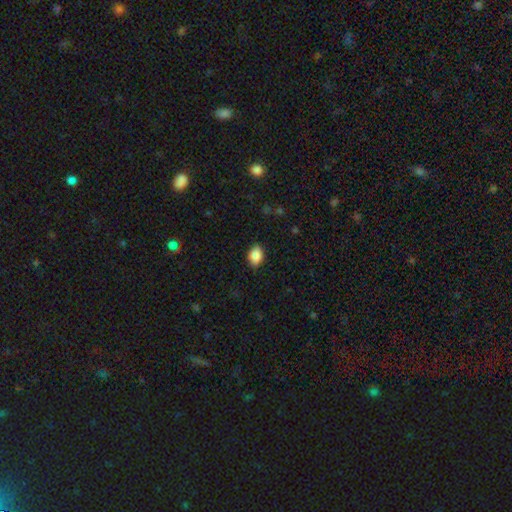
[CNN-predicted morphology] type=smooth (88%); roundness=in between (78%); merging=none (85%).